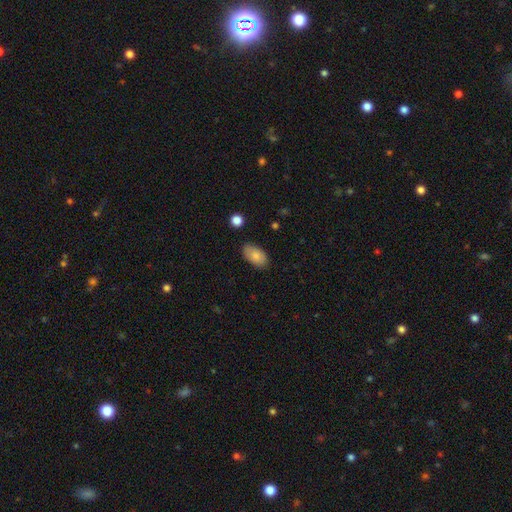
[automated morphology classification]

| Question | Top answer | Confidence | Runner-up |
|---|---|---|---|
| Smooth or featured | smooth | 82% | featured or disk (11%) |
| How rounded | in between | 94% | round (4%) |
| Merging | none | 80% | minor disturbance (15%) |